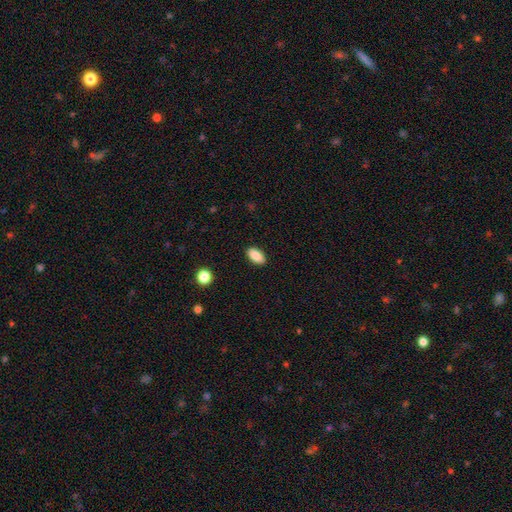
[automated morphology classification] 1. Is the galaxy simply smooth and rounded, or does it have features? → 87% smooth, 8% star or artifact, 5% featured or disk.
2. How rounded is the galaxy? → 91% in between, 5% cigar-shaped, 3% round.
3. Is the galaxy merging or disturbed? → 89% none, 8% minor disturbance, 2% major disturbance, 1% merger.